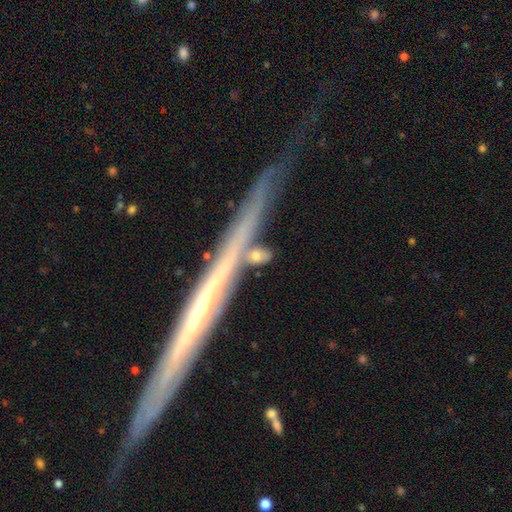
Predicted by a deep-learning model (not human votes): A smooth galaxy with no disk features (62%) that is in between round and cigar-shaped (50%).

Vote fractions:
- Smooth or featured? smooth: 62% / featured or disk: 27% / star or artifact: 11%
- How rounded? in between: 50% / cigar-shaped: 35% / round: 16%
- Merging? none: 60% / merger: 17% / minor disturbance: 15% / major disturbance: 7%